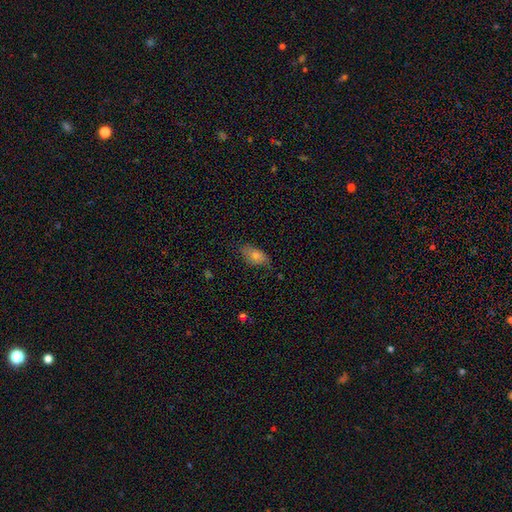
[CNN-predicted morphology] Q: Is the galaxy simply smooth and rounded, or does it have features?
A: smooth — 69%.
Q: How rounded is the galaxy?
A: in between — 88%.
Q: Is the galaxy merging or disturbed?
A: none — 71%.